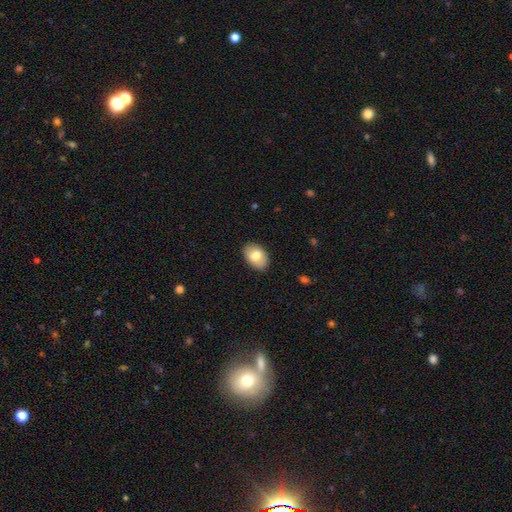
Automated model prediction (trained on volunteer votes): smooth 75%, featured or disk 18%, star or artifact 7%. Down the decision tree: how rounded — in between (87%); merging — none (86%).